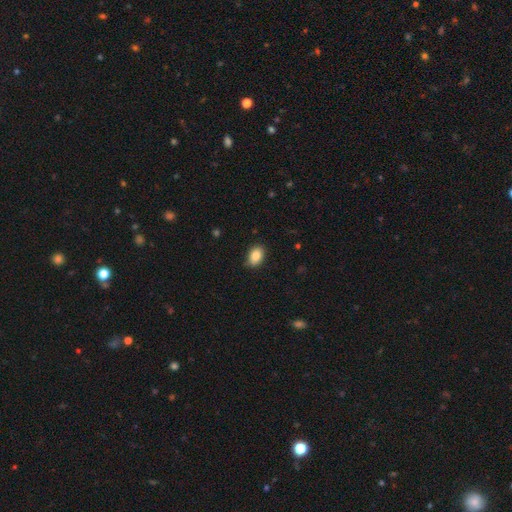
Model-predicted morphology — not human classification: This is clearly a smooth galaxy (85%). How rounded: clearly in between (84%). Merging: clearly none (84%).